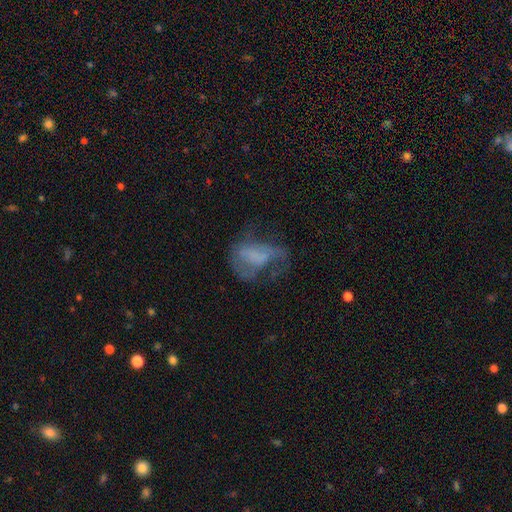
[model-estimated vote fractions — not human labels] This is possibly a featured or disk galaxy (49%). Merging: possibly major disturbance (45%).